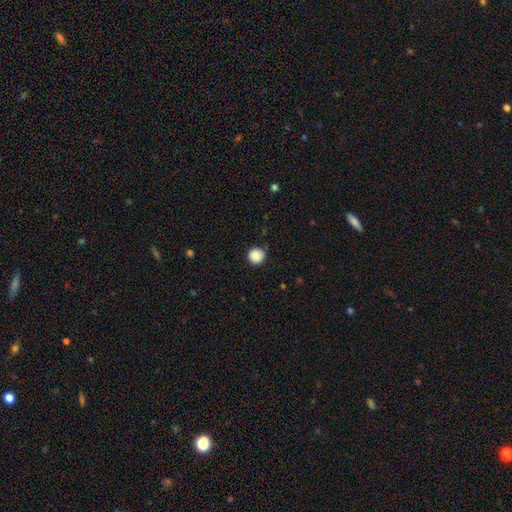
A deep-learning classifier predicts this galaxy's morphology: Smooth or featured?
  - smooth: 88% *
  - star or artifact: 9%
  - featured or disk: 3%
How rounded?
  - round: 93% *
  - in between: 6%
  - cigar-shaped: 1%
Merging?
  - none: 86% *
  - minor disturbance: 11%
  - major disturbance: 2%
  - merger: 1%